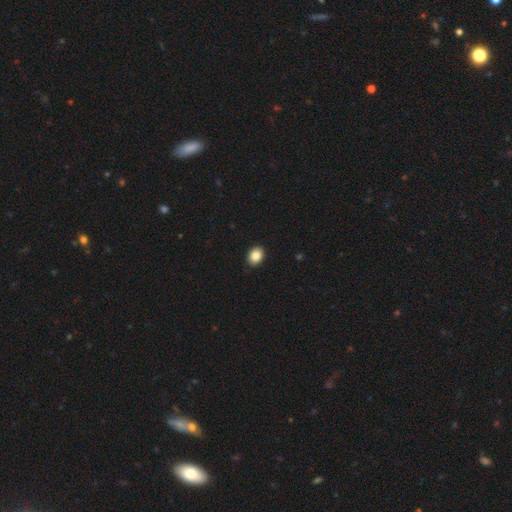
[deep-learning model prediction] smooth-or-featured: smooth: 86% | star or artifact: 9% | featured or disk: 5%
  how-rounded: in between: 56% | round: 43% | cigar-shaped: 1%
  merging: none: 91% | minor disturbance: 7% | major disturbance: 2% | merger: 1%